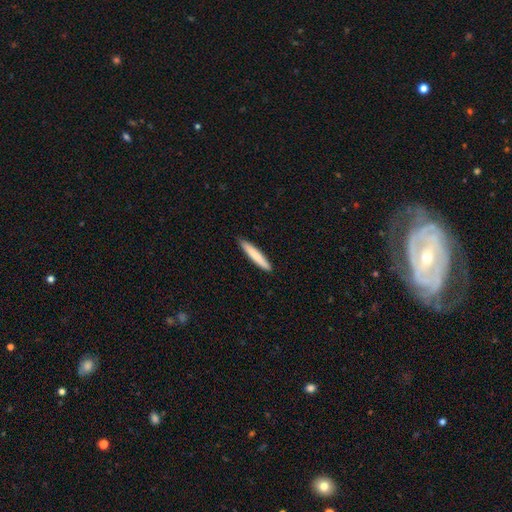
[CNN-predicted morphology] Smooth or featured: smooth — 79% (featured or disk — 16%)
How rounded: cigar-shaped — 95% (in between — 4%)
Merging: none — 92% (minor disturbance — 6%)